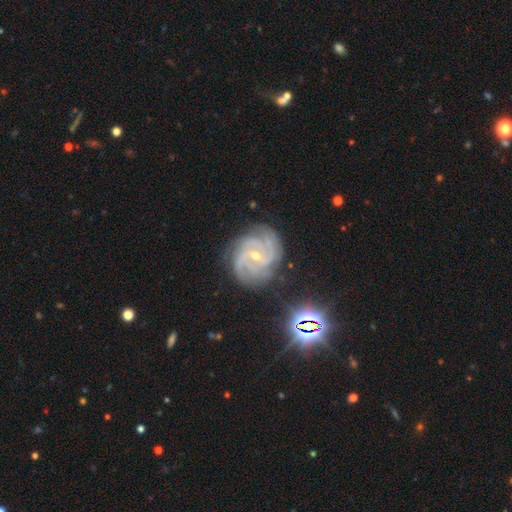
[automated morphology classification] A featured or disk galaxy (89%) with no bar (43%), 3 (35%) tight (60%) spiral arms (98%) and a small central bulge (68%).

Vote fractions:
- Smooth or featured? featured or disk: 89% / star or artifact: 7% / smooth: 4%
- Edge-on disk? no: 98% / yes: 2%
- Bar? no: 43% / weak: 42% / strong: 15%
- Spiral arms? yes: 98% / no: 2%
- Spiral winding? tight: 60% / medium: 35% / loose: 6%
- Spiral arm count? 3: 35% / 4: 23% / 2: 16% / can't tell: 14% / more than 4: 7% / 1: 6%
- Bulge size? small: 68% / moderate: 29% / none: 1% / large: 1% / dominant: 1%
- Merging? none: 78% / minor disturbance: 16% / major disturbance: 5% / merger: 2%